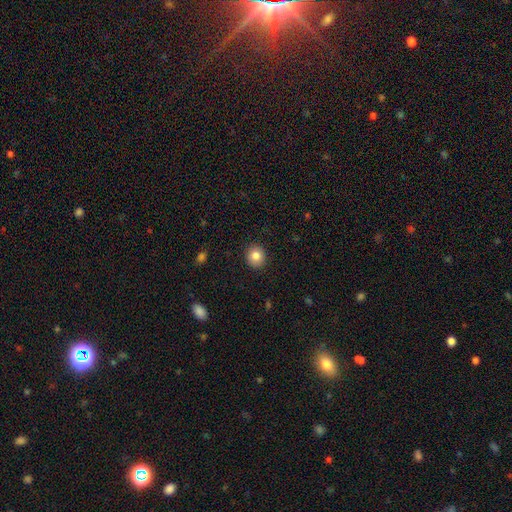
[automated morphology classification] Smooth or featured? smooth (84%)
How rounded? round (85%)
Merging? none (91%)